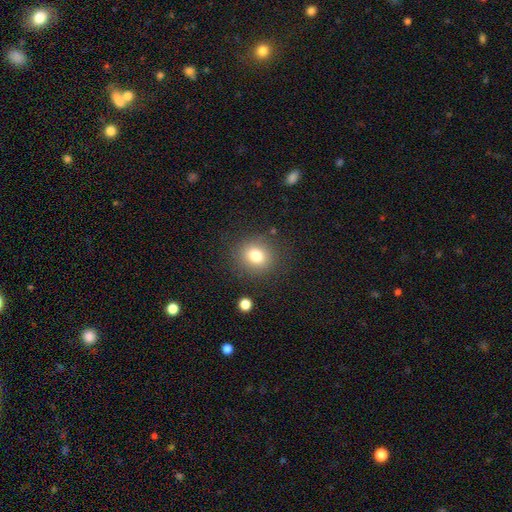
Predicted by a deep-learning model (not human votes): smooth 78%, star or artifact 13%, featured or disk 9%. Down the decision tree: how rounded — round (77%); merging — none (85%).